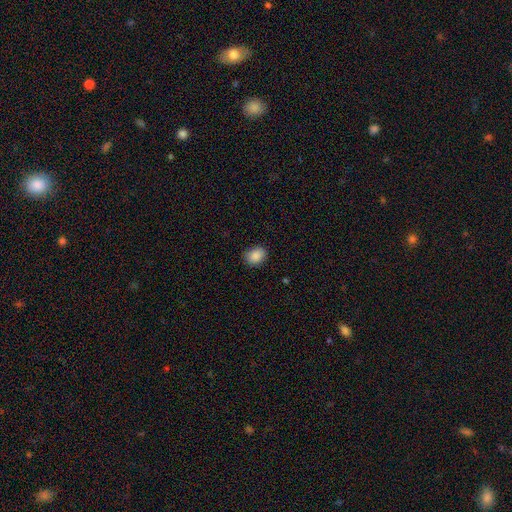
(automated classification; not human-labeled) Overall: smooth (89%). How rounded: in between (58%; round 41%). Merging: none (84%).